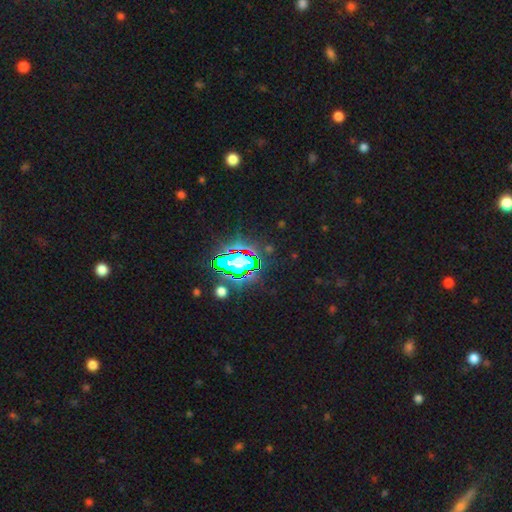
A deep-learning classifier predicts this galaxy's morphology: A star or artifact, not a galaxy (83%).